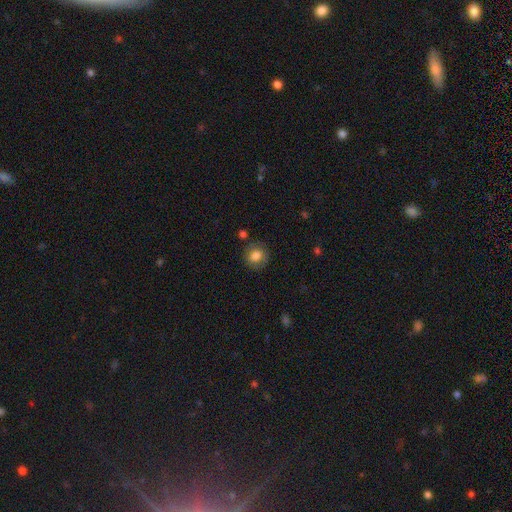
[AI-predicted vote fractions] This is likely a smooth galaxy (80%). How rounded: clearly round (81%). Merging: clearly none (82%).